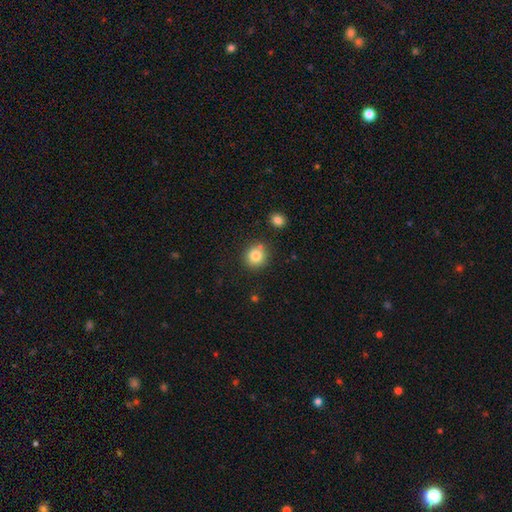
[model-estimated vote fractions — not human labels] Morphology: type=smooth (83%); roundness=round (87%); merging=none (79%).